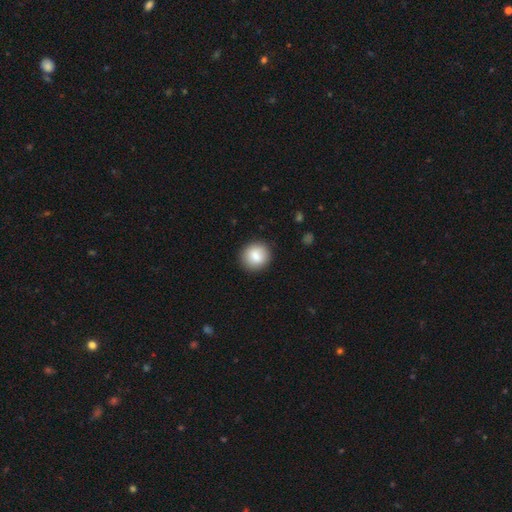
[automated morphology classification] Overall: smooth (85%). How rounded: round (87%). Merging: none (88%).